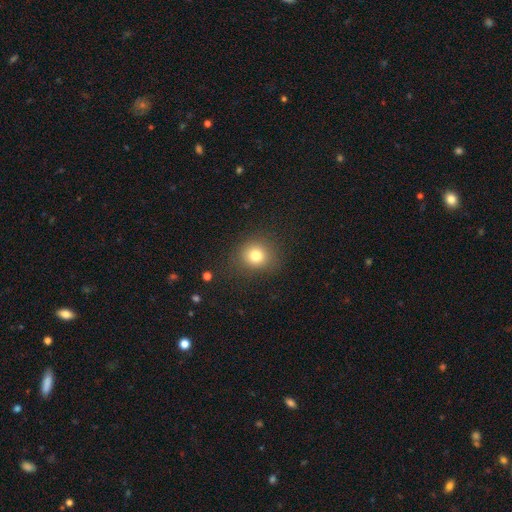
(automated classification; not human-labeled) This appears to be a smooth galaxy with no disk features (78%) that is round (84%). Merging: none (85%).